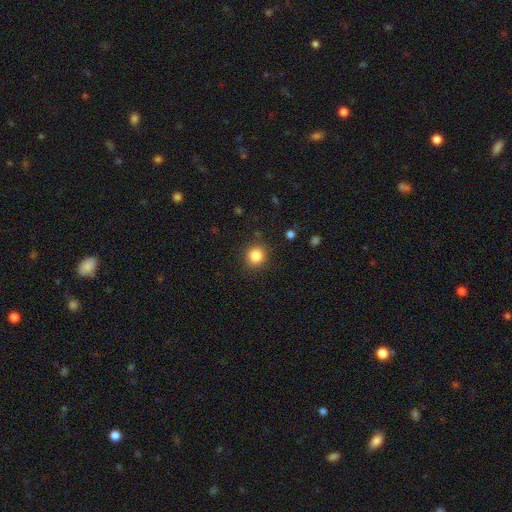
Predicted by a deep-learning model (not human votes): A smooth galaxy with no disk features (84%) that is round (90%).

Vote fractions:
- Smooth or featured? smooth: 84% / star or artifact: 11% / featured or disk: 5%
- How rounded? round: 90% / in between: 9% / cigar-shaped: 1%
- Merging? none: 87% / minor disturbance: 9% / major disturbance: 3% / merger: 1%